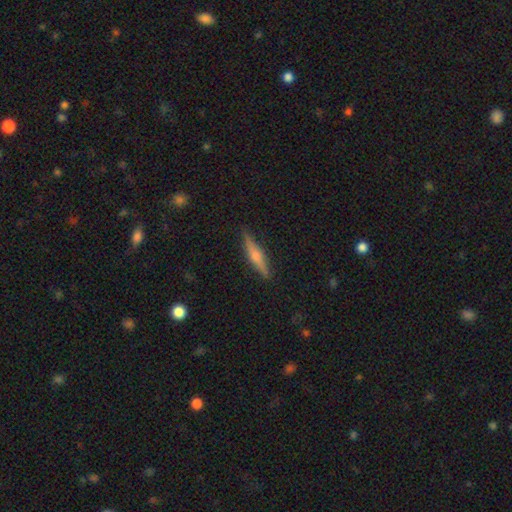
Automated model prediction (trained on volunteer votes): Overall: featured or disk (60%; smooth 33%). Edge-on disk: yes (97%). Edge-on bulge: rounded (86%). Merging: none (89%).